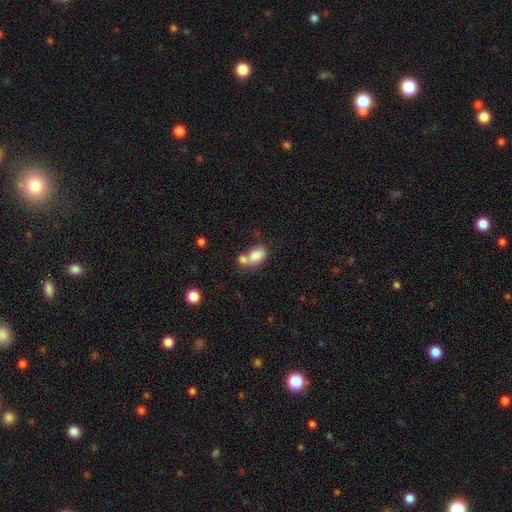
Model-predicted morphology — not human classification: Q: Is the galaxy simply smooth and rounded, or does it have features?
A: smooth — 81%.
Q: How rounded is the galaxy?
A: in between — 85%.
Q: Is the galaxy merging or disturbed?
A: merger — 54%.